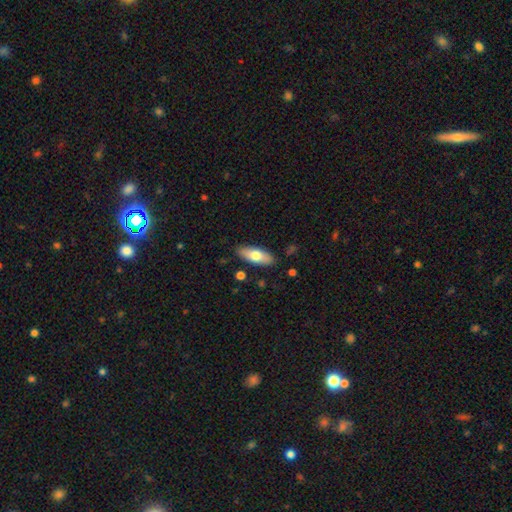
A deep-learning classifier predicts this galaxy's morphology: type=smooth (70%); roundness=in between (76%); merging=none (86%).